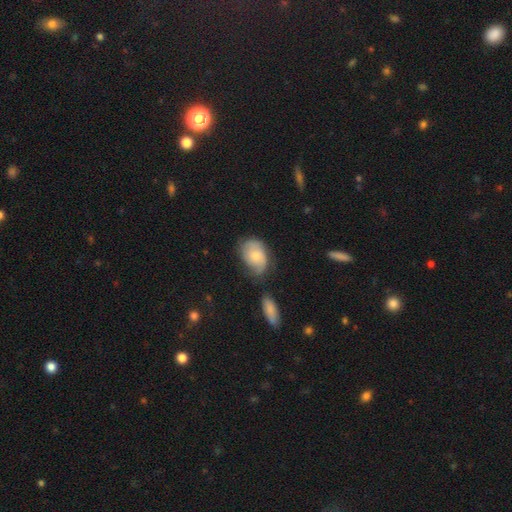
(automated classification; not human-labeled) A smooth galaxy with no disk features (57%) that is in between round and cigar-shaped (81%). Merging: none (48%).